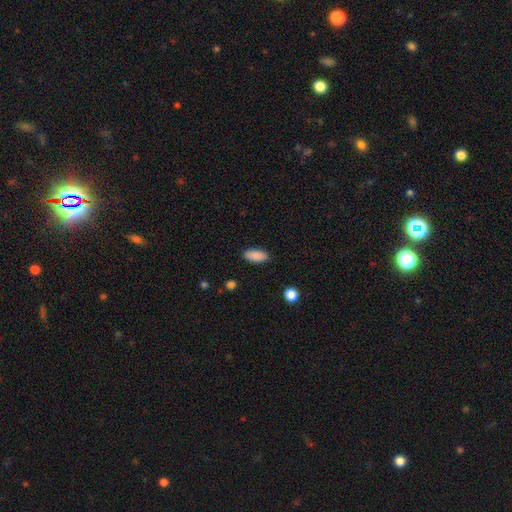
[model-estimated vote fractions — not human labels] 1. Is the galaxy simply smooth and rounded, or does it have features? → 89% smooth, 7% star or artifact, 4% featured or disk.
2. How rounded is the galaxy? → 88% in between, 10% cigar-shaped, 2% round.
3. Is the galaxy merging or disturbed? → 88% none, 8% minor disturbance, 2% major disturbance, 1% merger.